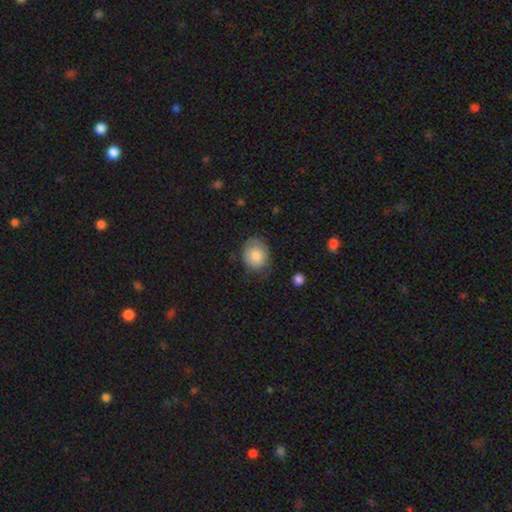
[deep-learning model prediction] Q: Smooth or featured?
A: smooth (81%); runner-up: featured or disk (12%)
Q: How rounded?
A: round (54%); runner-up: in between (45%)
Q: Merging?
A: none (67%); runner-up: minor disturbance (25%)